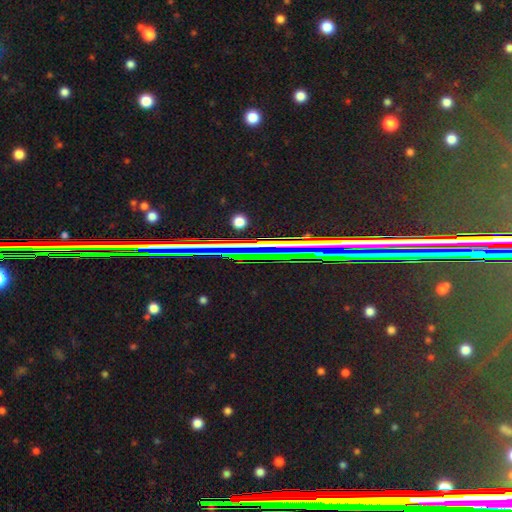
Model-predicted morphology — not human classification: This is clearly a star or artifact rather than a galaxy (80%).